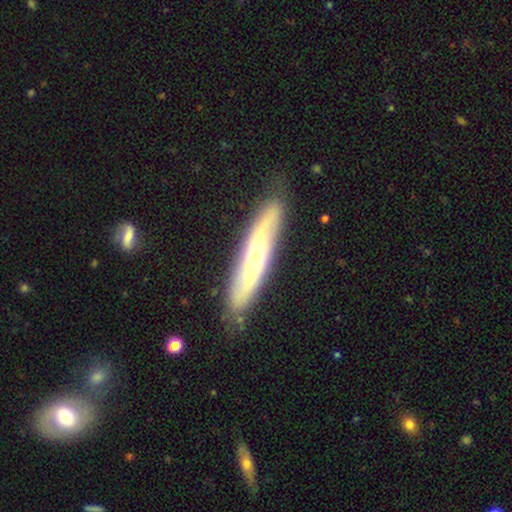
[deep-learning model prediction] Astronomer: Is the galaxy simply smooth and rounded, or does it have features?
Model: featured or disk — 64%.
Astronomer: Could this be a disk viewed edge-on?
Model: yes — 53% (runner-up: no, 47%).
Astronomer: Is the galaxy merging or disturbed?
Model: none — 82%.